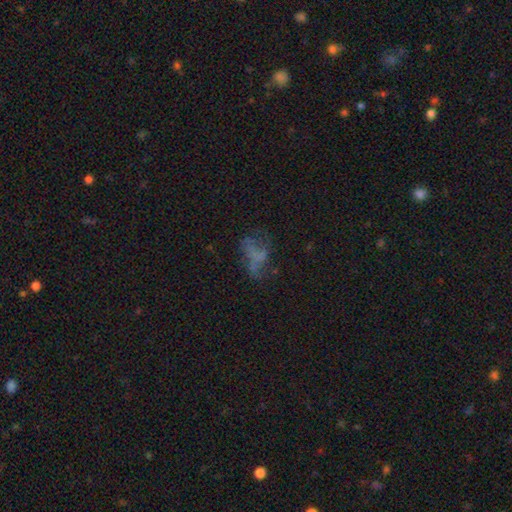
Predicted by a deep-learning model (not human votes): smooth_or_featured: featured or disk (p=0.42) [alt: smooth p=0.35]
merging: none (p=0.41) [alt: major disturbance p=0.35]